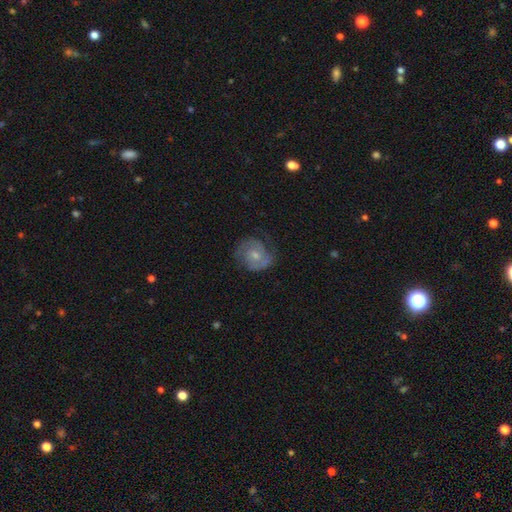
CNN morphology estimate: Overall: featured or disk (67%). Edge-on disk: no (97%). Bar: no (64%; weak 32%). Spiral arms: yes (88%). Spiral arm count: 2 (63%). Spiral winding: tight (44%; medium 42%). Bulge size: small (47%; moderate 46%). Merging: none (66%).